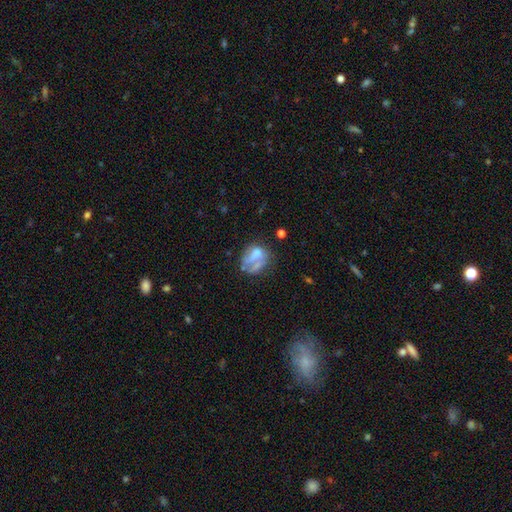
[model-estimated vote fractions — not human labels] This is possibly a smooth galaxy (50%). How rounded: possibly round (50%). Merging: marginally none (33%).